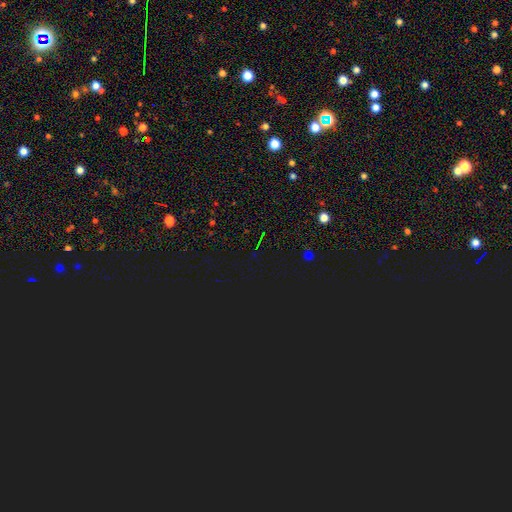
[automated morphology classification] Overall: star or artifact (79%).